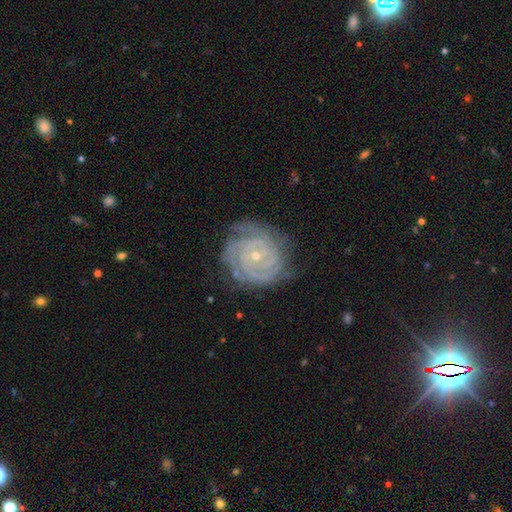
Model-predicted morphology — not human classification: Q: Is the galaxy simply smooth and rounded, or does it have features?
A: featured or disk — 88%.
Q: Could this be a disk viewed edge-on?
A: no — 98%.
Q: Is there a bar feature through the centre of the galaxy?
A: no — 69%.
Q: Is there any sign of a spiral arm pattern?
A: yes — 98%.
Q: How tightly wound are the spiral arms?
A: tight — 84%.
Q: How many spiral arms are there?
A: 2 — 29%.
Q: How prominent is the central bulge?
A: small — 78%.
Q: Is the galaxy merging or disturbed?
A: none — 77%.